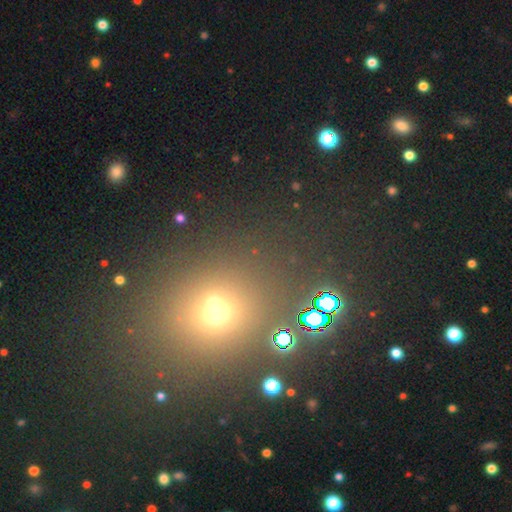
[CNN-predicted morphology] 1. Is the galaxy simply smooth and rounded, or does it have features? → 46% star or artifact, 45% smooth, 10% featured or disk.